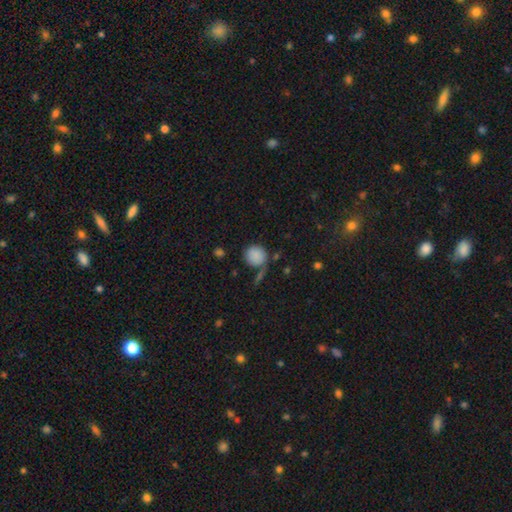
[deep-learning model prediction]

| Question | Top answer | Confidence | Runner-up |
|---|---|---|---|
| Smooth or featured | smooth | 86% | star or artifact (9%) |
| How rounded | round | 88% | in between (11%) |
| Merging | none | 65% | minor disturbance (17%) |